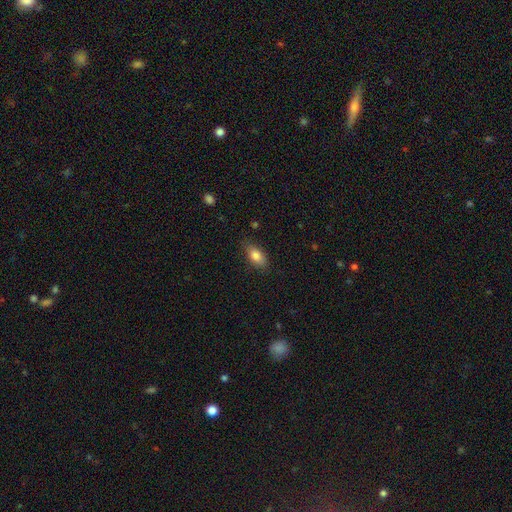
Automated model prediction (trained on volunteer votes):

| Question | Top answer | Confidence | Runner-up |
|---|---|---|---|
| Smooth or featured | smooth | 82% | featured or disk (10%) |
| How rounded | in between | 88% | cigar-shaped (7%) |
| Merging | none | 80% | minor disturbance (16%) |